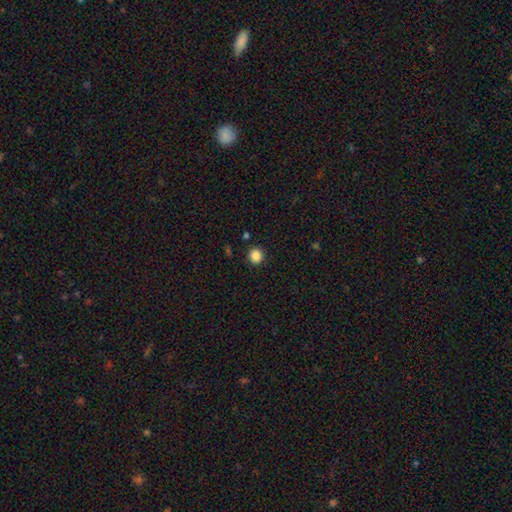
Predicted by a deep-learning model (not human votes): smooth-or-featured: smooth: 86% | star or artifact: 11% | featured or disk: 3%
  how-rounded: round: 88% | in between: 11% | cigar-shaped: 1%
  merging: none: 90% | minor disturbance: 6% | major disturbance: 2% | merger: 2%